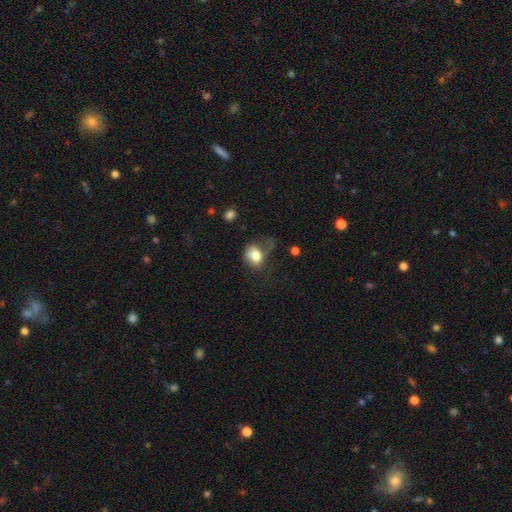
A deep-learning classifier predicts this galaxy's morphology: smooth_or_featured: smooth (p=0.72) [alt: featured or disk p=0.19]
how_rounded: in between (p=0.59) [alt: round p=0.40]
merging: major disturbance (p=0.36) [alt: none p=0.30]